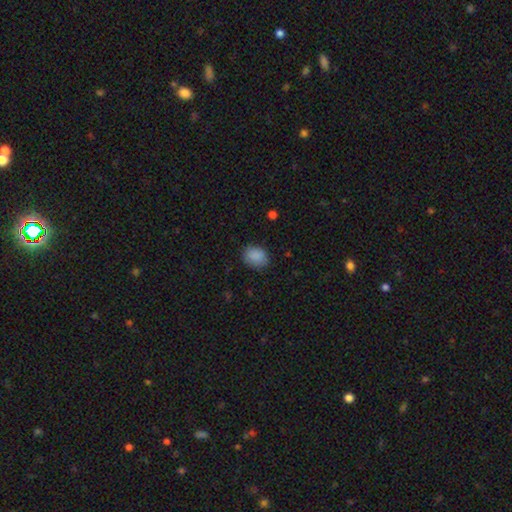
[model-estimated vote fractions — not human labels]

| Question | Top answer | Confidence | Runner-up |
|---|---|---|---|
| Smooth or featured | smooth | 88% | star or artifact (8%) |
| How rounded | in between | 57% | round (42%) |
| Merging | none | 80% | minor disturbance (15%) |